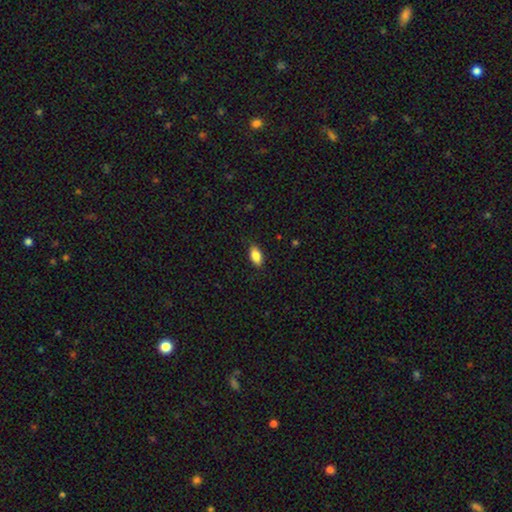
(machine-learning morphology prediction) This appears to be a smooth galaxy with no disk features (85%) that is in between round and cigar-shaped (90%). Merging: none (85%).